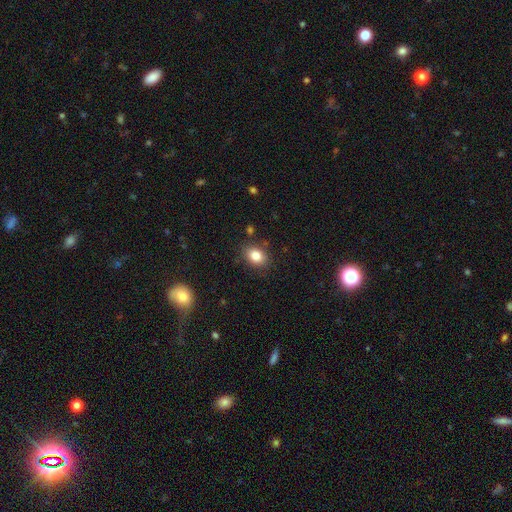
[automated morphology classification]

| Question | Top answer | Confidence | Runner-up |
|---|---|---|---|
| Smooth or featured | smooth | 83% | star or artifact (9%) |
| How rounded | in between | 68% | round (31%) |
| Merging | none | 84% | minor disturbance (11%) |